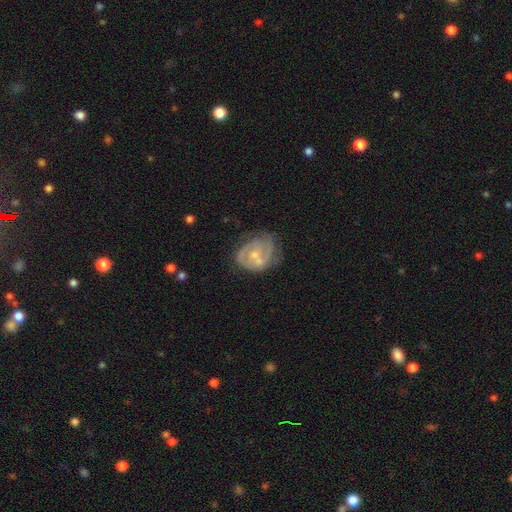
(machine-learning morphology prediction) type=featured or disk (70%); edge-on=no (98%); bar=no (62%); spiral arms=yes (71%); bulge=small (51%); merging=none (40%).